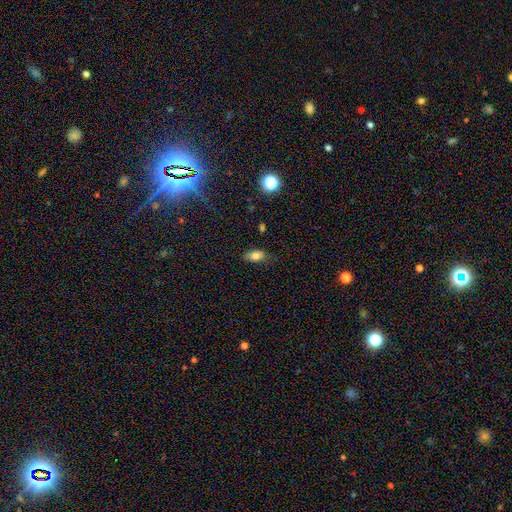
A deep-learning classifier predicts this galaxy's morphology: Smooth or featured: smooth — 80% (featured or disk — 10%)
How rounded: in between — 88% (round — 8%)
Merging: none — 78% (minor disturbance — 17%)